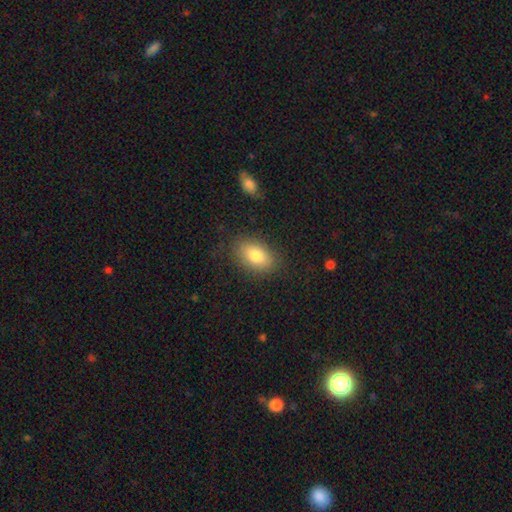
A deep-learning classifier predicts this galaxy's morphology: type=smooth (80%); roundness=in between (87%); merging=none (84%).